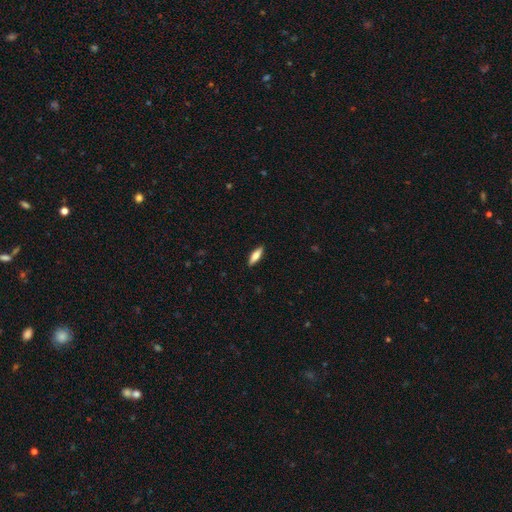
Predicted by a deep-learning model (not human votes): Smooth or featured: smooth — 76% (featured or disk — 18%)
How rounded: in between — 49% (tied with cigar-shaped — 49%)
Merging: none — 90% (minor disturbance — 8%)